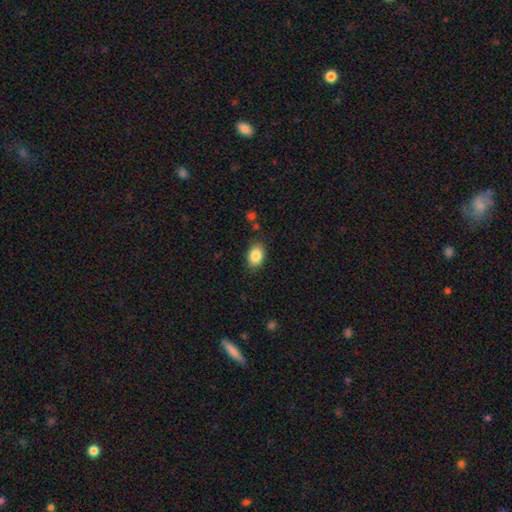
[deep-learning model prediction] Smooth or featured: smooth — 86% (star or artifact — 8%)
How rounded: in between — 82% (round — 17%)
Merging: none — 83% (minor disturbance — 12%)